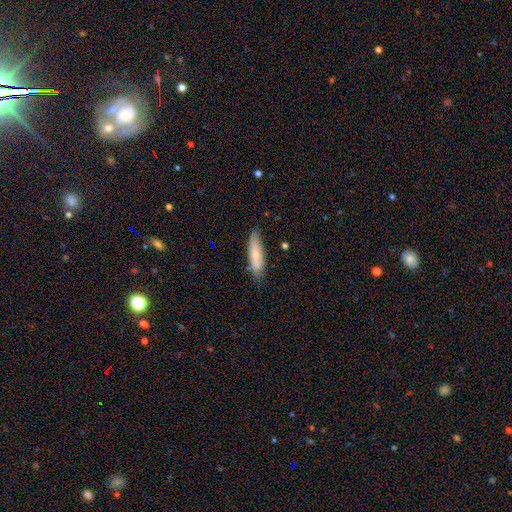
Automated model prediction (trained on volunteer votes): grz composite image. It shows a smooth galaxy with no disk features (69%) that is cigar-shaped (61%). Merging: none (77%).